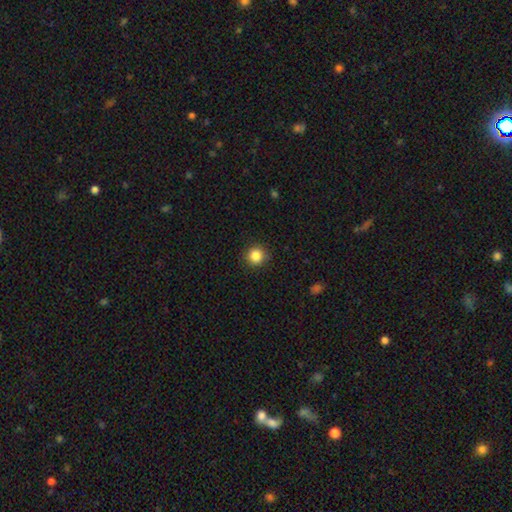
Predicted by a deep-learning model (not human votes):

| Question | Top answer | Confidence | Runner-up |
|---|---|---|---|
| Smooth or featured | smooth | 85% | star or artifact (11%) |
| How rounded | round | 92% | in between (7%) |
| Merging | none | 91% | minor disturbance (7%) |